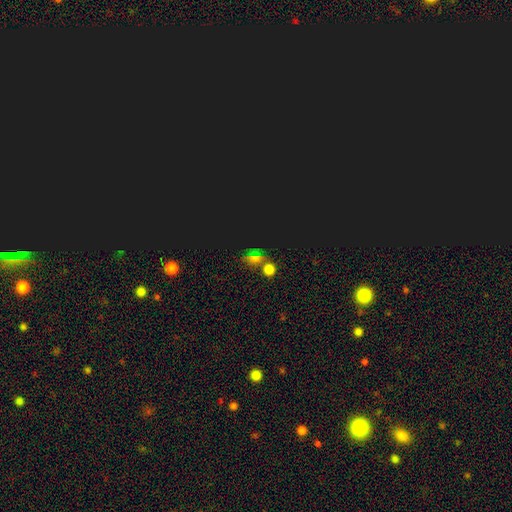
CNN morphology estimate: This is likely a star or artifact rather than a galaxy (63%).